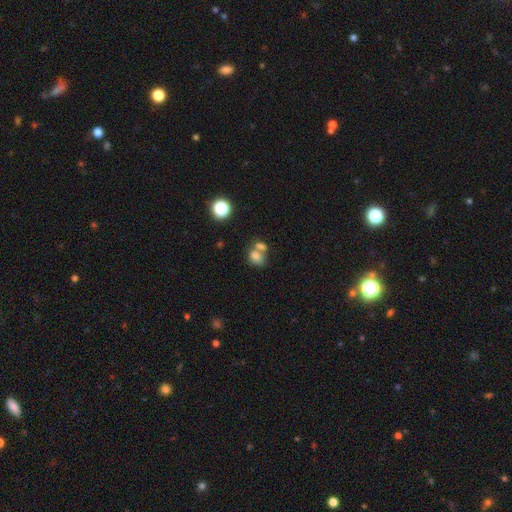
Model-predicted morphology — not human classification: A smooth galaxy with no disk features (76%) that is in between round and cigar-shaped (58%).

Vote fractions:
- Smooth or featured? smooth: 76% / featured or disk: 12% / star or artifact: 12%
- How rounded? in between: 58% / round: 41% / cigar-shaped: 1%
- Merging? merger: 53% / none: 32% / minor disturbance: 9% / major disturbance: 5%